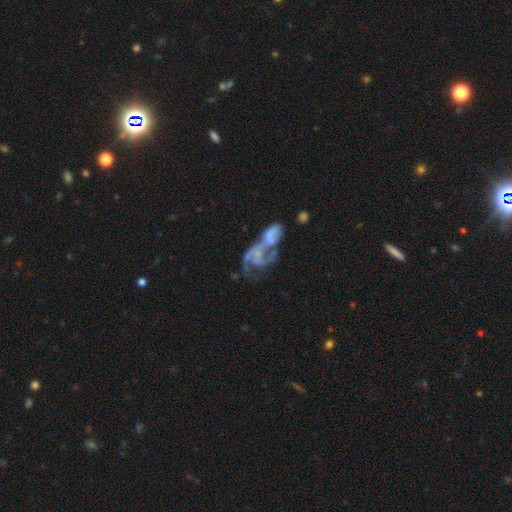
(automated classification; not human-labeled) A featured or disk galaxy (67%) with no bar (77%), spiral arms (53%) and no central bulge (64%). Merging: merger (49%).